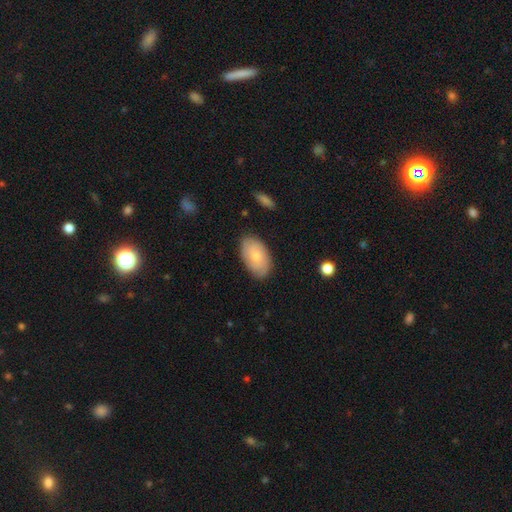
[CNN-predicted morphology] Q: Smooth or featured?
A: smooth (63%); runner-up: featured or disk (31%)
Q: How rounded?
A: in between (92%); runner-up: round (6%)
Q: Merging?
A: none (80%); runner-up: minor disturbance (15%)